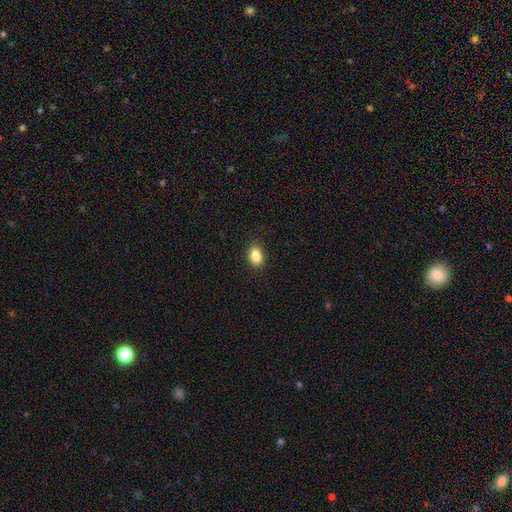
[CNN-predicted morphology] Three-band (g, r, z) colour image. It shows a smooth galaxy with no disk features (86%) that is in between round and cigar-shaped (80%). Merging: none (88%).